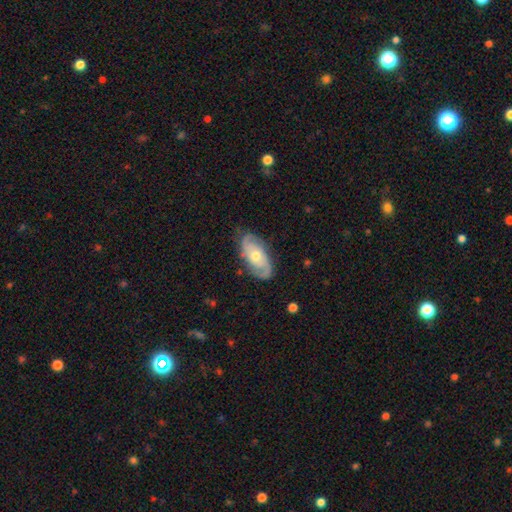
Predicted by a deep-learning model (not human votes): smooth-or-featured: featured or disk: 72% | smooth: 22% | star or artifact: 6%
  disk-edge-on: no: 91% | yes: 9%
    bar: no: 72% | weak: 23% | strong: 5%
    has-spiral-arms: yes: 87% | no: 13%
      spiral-winding: tight: 45% | medium: 39% | loose: 16%
      spiral-arm-count: 2: 66% | can't tell: 21% | 3: 6% | 1: 4% | 4: 2% | more than 4: 2%
    bulge-size: moderate: 65% | small: 29% | large: 4% | none: 1% | dominant: 1%
  merging: none: 77% | minor disturbance: 17% | major disturbance: 4% | merger: 1%